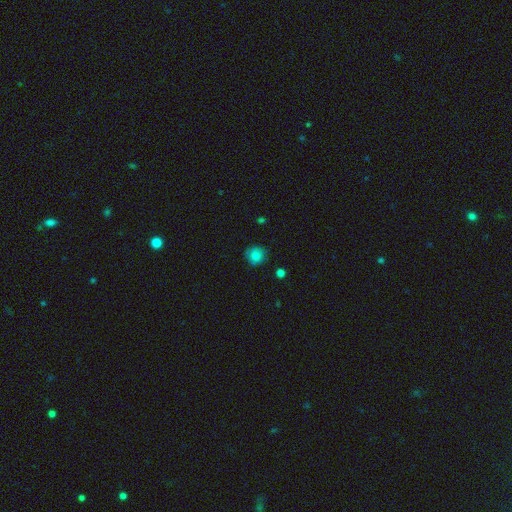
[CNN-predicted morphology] A smooth galaxy with no disk features (82%) that is round (91%).

Vote fractions:
- Smooth or featured? smooth: 82% / star or artifact: 10% / featured or disk: 8%
- How rounded? round: 91% / in between: 8% / cigar-shaped: 1%
- Merging? none: 84% / minor disturbance: 12% / major disturbance: 2% / merger: 1%